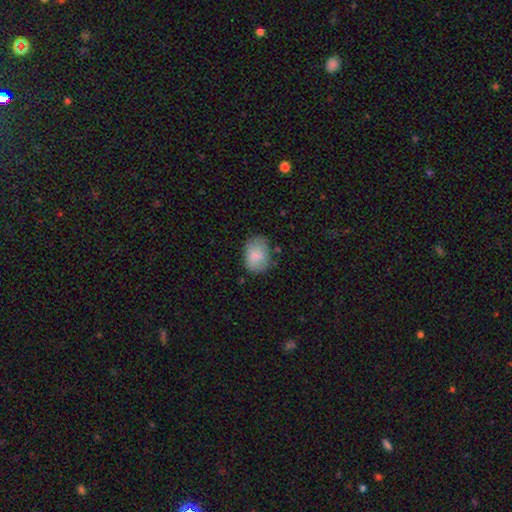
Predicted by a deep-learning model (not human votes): Overall: smooth (79%). How rounded: in between (64%; round 35%). Merging: none (61%; minor disturbance 29%).